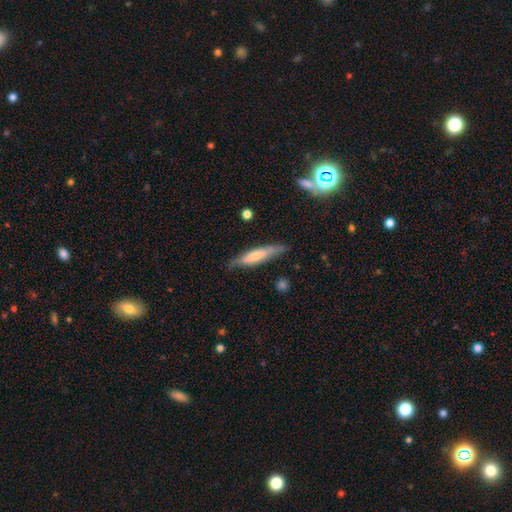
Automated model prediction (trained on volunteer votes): smooth-or-featured: smooth: 56% | featured or disk: 38% | star or artifact: 6%
  how-rounded: cigar-shaped: 82% | in between: 16% | round: 2%
  merging: none: 76% | minor disturbance: 18% | major disturbance: 4% | merger: 2%